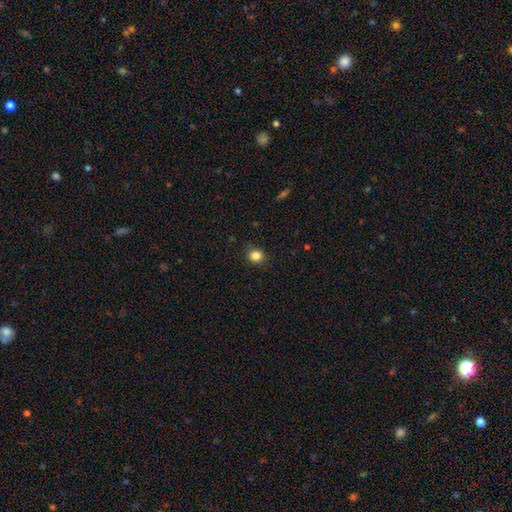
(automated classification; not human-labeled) smooth-or-featured: smooth: 84% | star or artifact: 11% | featured or disk: 4%
  how-rounded: round: 76% | in between: 23% | cigar-shaped: 1%
  merging: none: 86% | minor disturbance: 10% | major disturbance: 3% | merger: 1%